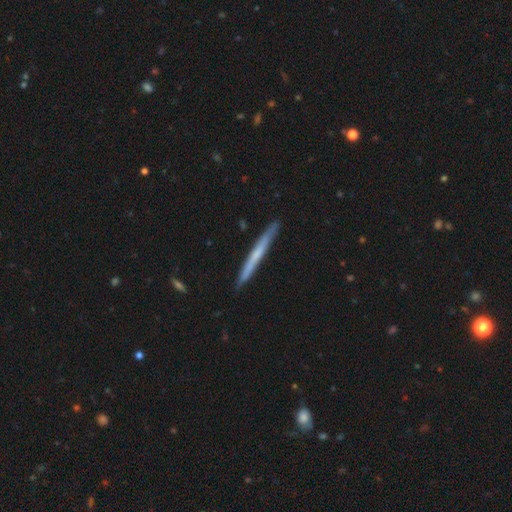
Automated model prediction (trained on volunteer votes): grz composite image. It shows a featured or disk galaxy (49%). Merging: none (91%).